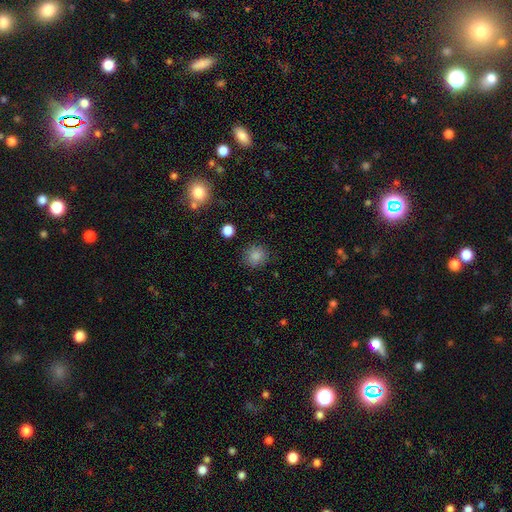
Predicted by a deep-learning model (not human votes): smooth_or_featured: smooth (p=0.85) [alt: star or artifact p=0.11]
how_rounded: round (p=0.89) [alt: in between p=0.10]
merging: none (p=0.87) [alt: minor disturbance p=0.09]